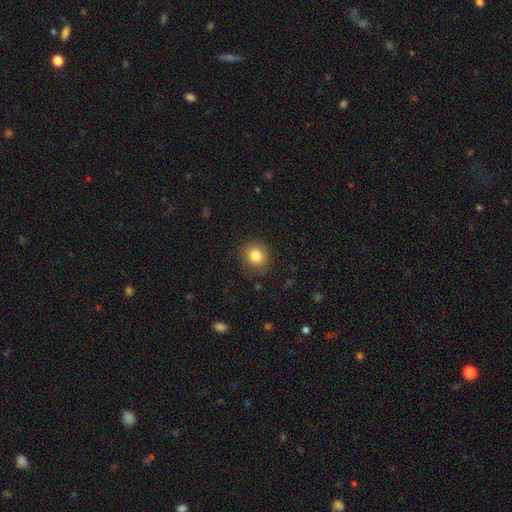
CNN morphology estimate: smooth 83%, star or artifact 10%, featured or disk 7%. Down the decision tree: how rounded — round (83%); merging — none (87%).